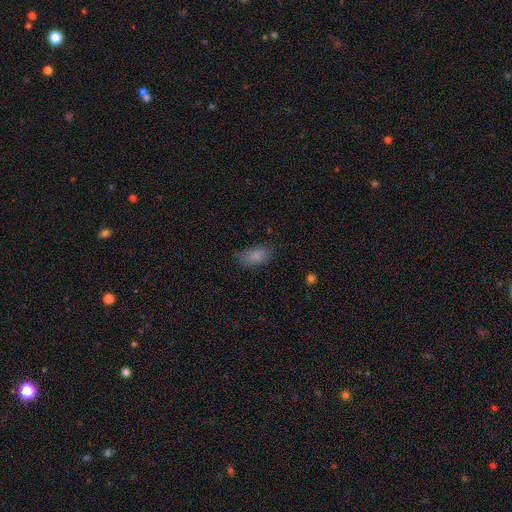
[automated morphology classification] The model was most divided on "merging": none: 76%, minor disturbance: 18%, major disturbance: 5%, merger: 1%. More confident: how rounded — in between (91%); smooth or featured — smooth (85%).